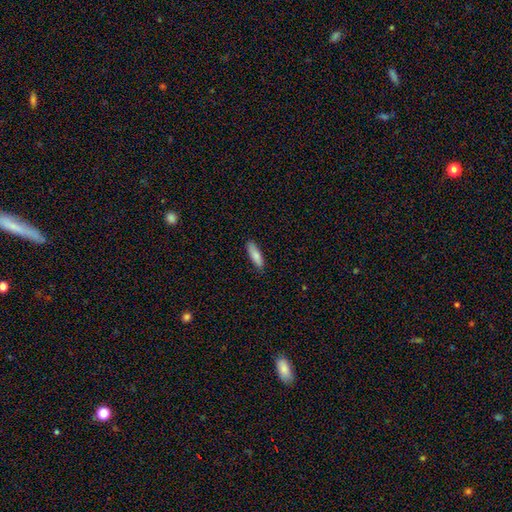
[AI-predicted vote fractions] This is clearly a smooth galaxy (85%). How rounded: likely cigar-shaped (60%). Merging: clearly none (85%).